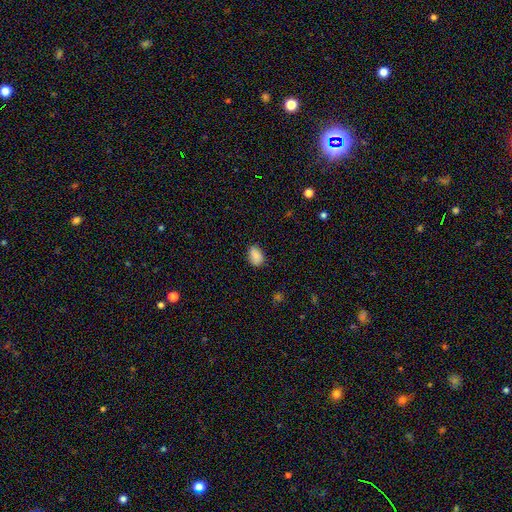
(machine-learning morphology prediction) Smooth or featured? smooth (88%)
How rounded? in between (84%)
Merging? none (82%)